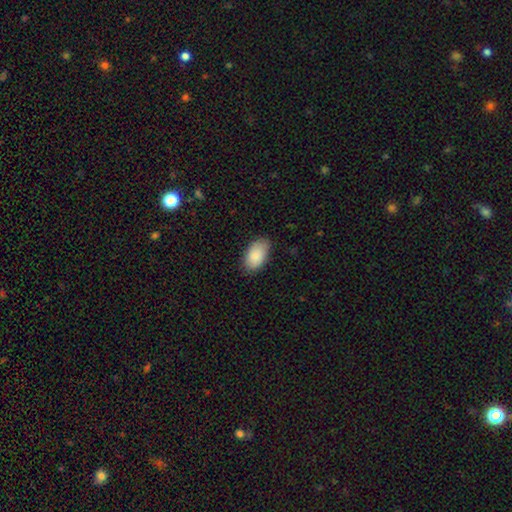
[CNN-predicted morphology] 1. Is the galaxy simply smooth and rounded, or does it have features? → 88% smooth, 6% star or artifact, 6% featured or disk.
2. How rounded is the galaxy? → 94% in between, 4% round, 1% cigar-shaped.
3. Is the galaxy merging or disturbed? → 80% none, 17% minor disturbance, 3% major disturbance, 1% merger.